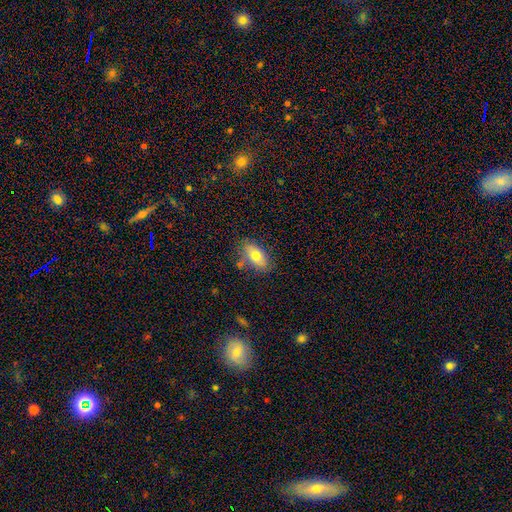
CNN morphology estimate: Q: Smooth or featured?
A: smooth (73%); runner-up: featured or disk (19%)
Q: How rounded?
A: in between (89%); runner-up: round (6%)
Q: Merging?
A: none (74%); runner-up: minor disturbance (17%)